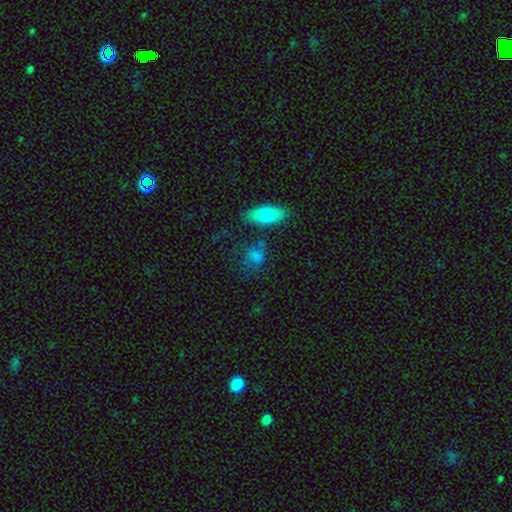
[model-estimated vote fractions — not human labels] A smooth galaxy with no disk features (78%) that is in between round and cigar-shaped (61%).

Vote fractions:
- Smooth or featured? smooth: 78% / star or artifact: 11% / featured or disk: 11%
- How rounded? in between: 61% / round: 34% / cigar-shaped: 5%
- Merging? none: 57% / minor disturbance: 21% / merger: 13% / major disturbance: 9%